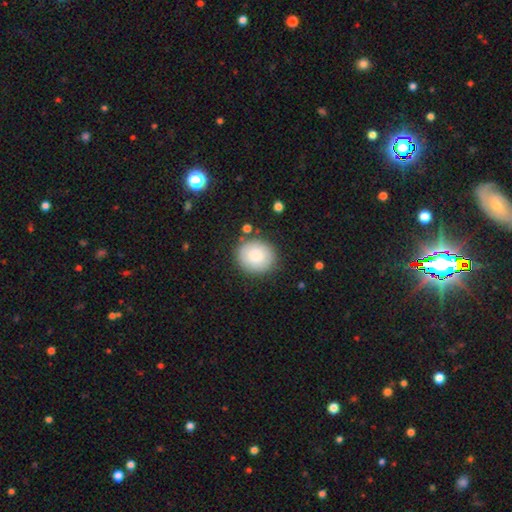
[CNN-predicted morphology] smooth-or-featured: smooth: 80% | featured or disk: 13% | star or artifact: 7%
  how-rounded: round: 79% | in between: 20% | cigar-shaped: 1%
  merging: none: 85% | minor disturbance: 10% | major disturbance: 3% | merger: 2%